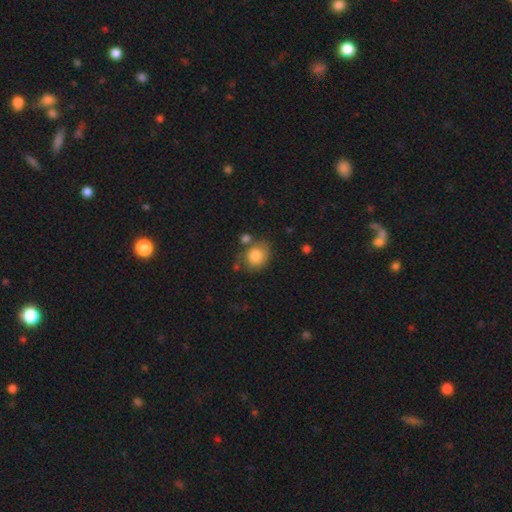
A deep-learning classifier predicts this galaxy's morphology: Smooth or featured? Predicted: smooth (p=0.83). How rounded? Predicted: round (p=0.63). Merging? Predicted: none (p=0.60).